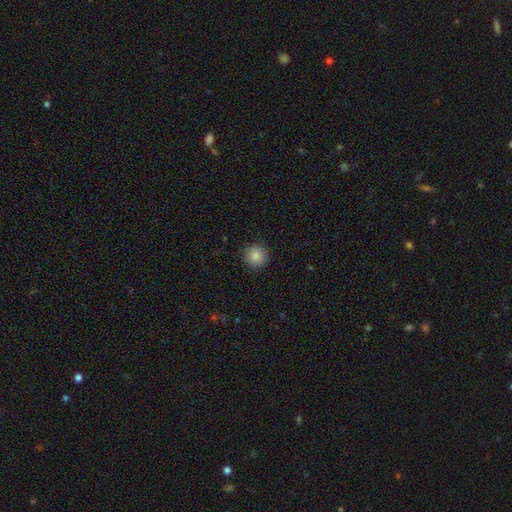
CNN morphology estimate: Smooth or featured? Predicted: smooth (p=0.87). How rounded? Predicted: round (p=0.94). Merging? Predicted: none (p=0.91).